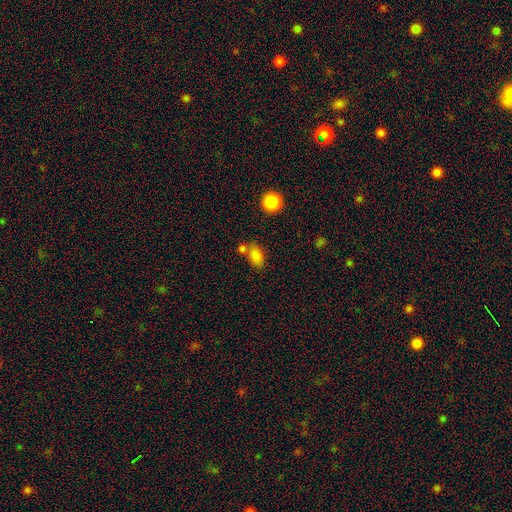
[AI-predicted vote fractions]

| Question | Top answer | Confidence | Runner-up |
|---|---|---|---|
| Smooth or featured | smooth | 83% | star or artifact (11%) |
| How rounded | in between | 84% | round (13%) |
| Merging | none | 57% | merger (24%) |